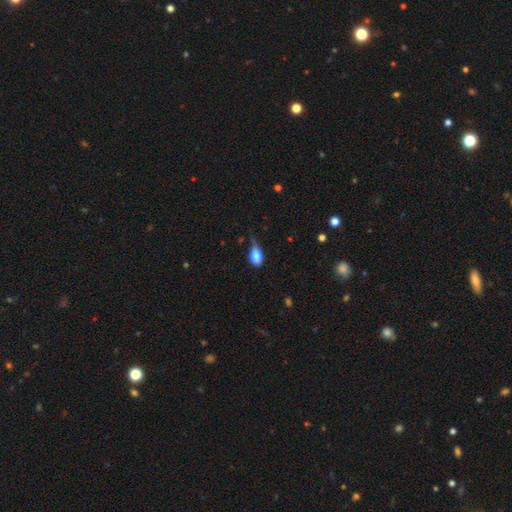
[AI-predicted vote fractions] This is likely a smooth galaxy (75%). How rounded: clearly in between (81%). Merging: marginally minor disturbance (42%).